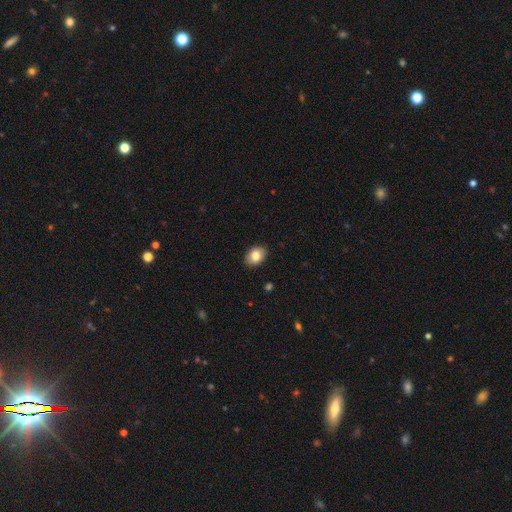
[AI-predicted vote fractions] Smooth or featured? smooth (83%)
How rounded? in between (72%)
Merging? none (90%)